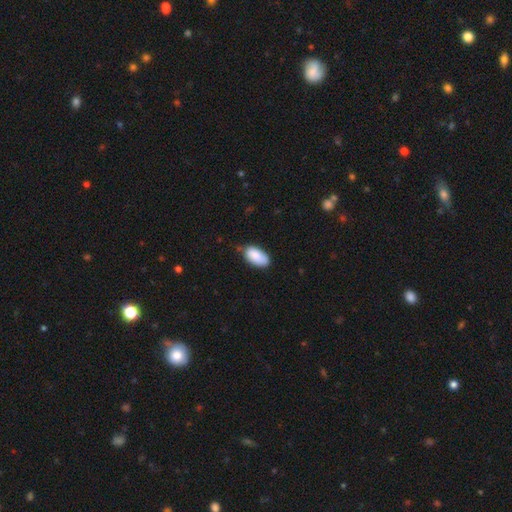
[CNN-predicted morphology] Smooth or featured: smooth — 87% (featured or disk — 7%)
How rounded: in between — 95% (round — 3%)
Merging: none — 69% (minor disturbance — 25%)